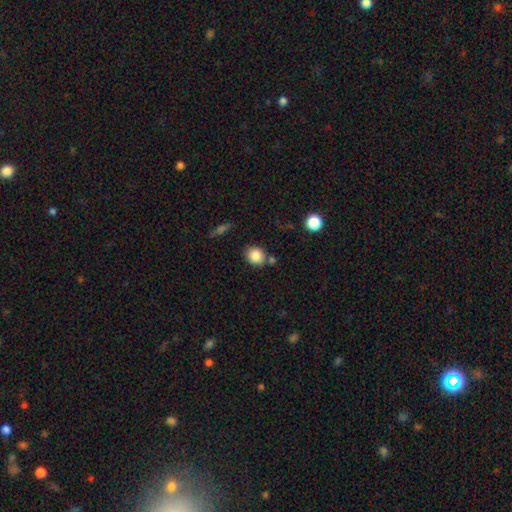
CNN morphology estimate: Smooth or featured?
  - smooth: 85% *
  - star or artifact: 9%
  - featured or disk: 6%
How rounded?
  - round: 67% *
  - in between: 32%
  - cigar-shaped: 1%
Merging?
  - none: 71% *
  - minor disturbance: 13%
  - merger: 12%
  - major disturbance: 4%